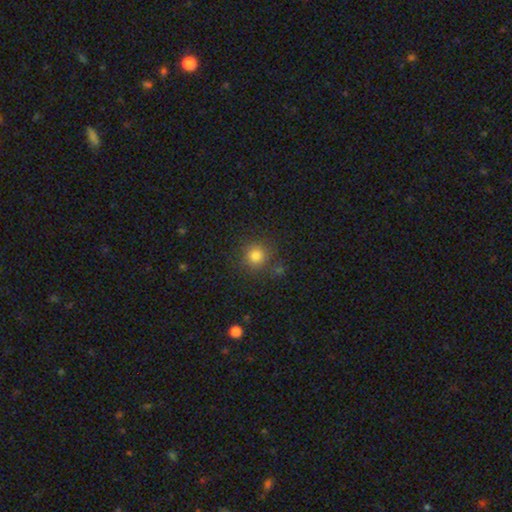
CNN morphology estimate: type=smooth (81%); roundness=round (93%); merging=none (84%).